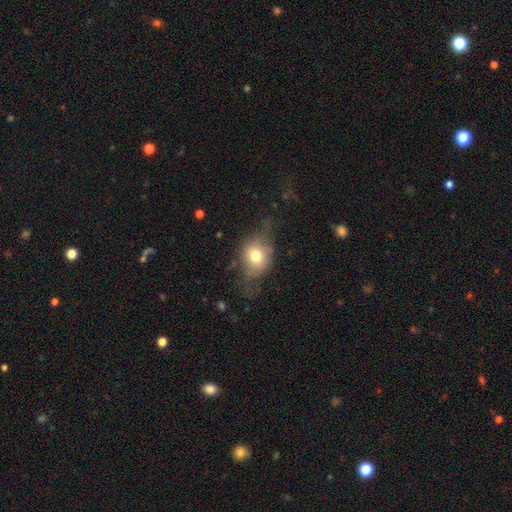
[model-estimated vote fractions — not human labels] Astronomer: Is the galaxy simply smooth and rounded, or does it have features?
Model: smooth — 66%.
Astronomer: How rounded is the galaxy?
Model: round — 52% (runner-up: in between, 46%).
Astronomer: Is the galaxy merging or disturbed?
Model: none — 50% (runner-up: minor disturbance, 29%).